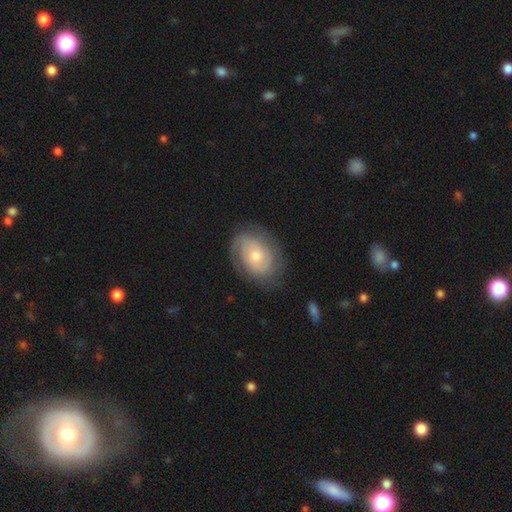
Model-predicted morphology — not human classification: Q: Smooth or featured?
A: featured or disk (67%); runner-up: smooth (27%)
Q: Edge-on disk?
A: no (97%); runner-up: yes (3%)
Q: Bar?
A: no (76%); runner-up: weak (21%)
Q: Spiral arms?
A: yes (86%); runner-up: no (14%)
Q: Spiral winding?
A: tight (62%); runner-up: medium (28%)
Q: Spiral arm count?
A: 2 (42%); runner-up: can't tell (36%)
Q: Bulge size?
A: moderate (53%); runner-up: small (39%)
Q: Merging?
A: none (74%); runner-up: minor disturbance (18%)